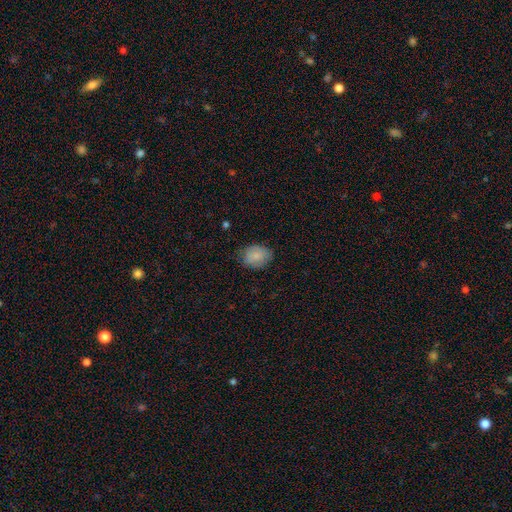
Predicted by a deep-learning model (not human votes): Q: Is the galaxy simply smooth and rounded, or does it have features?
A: smooth — 85%.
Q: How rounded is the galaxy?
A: in between — 66%.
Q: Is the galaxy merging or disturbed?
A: none — 75%.